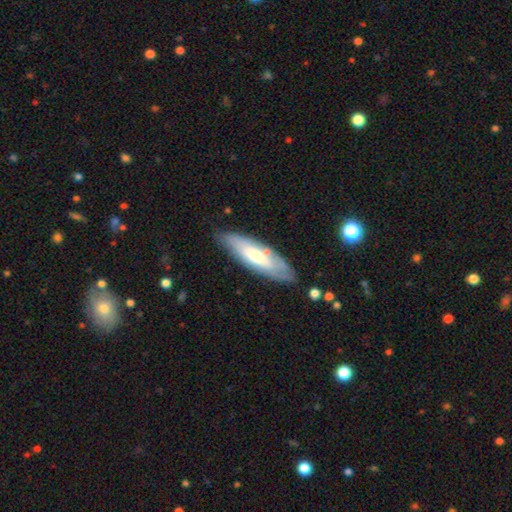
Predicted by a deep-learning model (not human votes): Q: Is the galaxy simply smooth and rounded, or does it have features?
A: featured or disk — 51%.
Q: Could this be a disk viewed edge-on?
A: no — 56%.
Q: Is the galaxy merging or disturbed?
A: none — 76%.